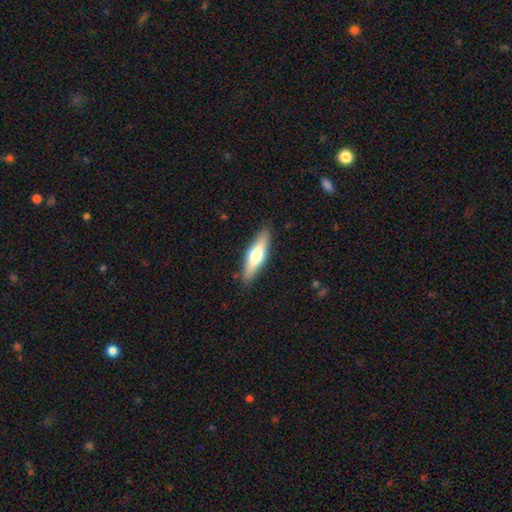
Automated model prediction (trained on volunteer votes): This appears to be a smooth galaxy with no disk features (49%). Merging: none (88%).